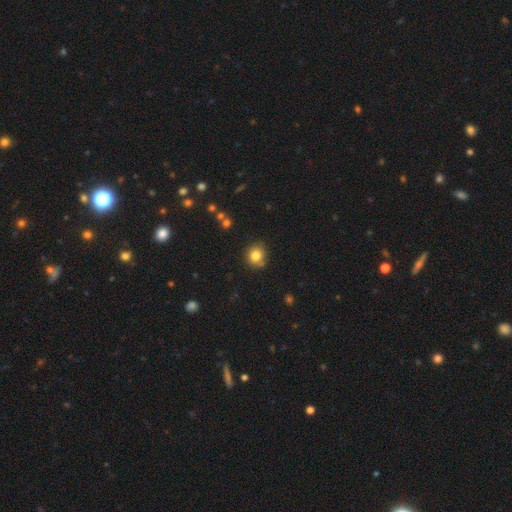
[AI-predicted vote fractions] A smooth galaxy with no disk features (81%) that is round (83%).

Vote fractions:
- Smooth or featured? smooth: 81% / star or artifact: 11% / featured or disk: 7%
- How rounded? round: 83% / in between: 16% / cigar-shaped: 1%
- Merging? none: 75% / minor disturbance: 14% / merger: 8% / major disturbance: 3%